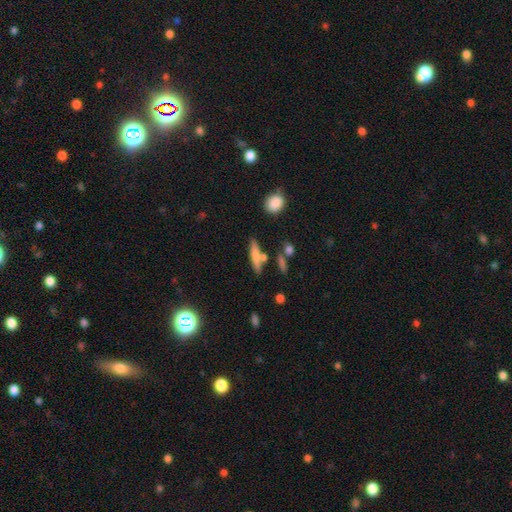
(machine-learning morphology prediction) This appears to be a smooth galaxy with no disk features (65%) that is cigar-shaped (79%). Merging: none (68%).